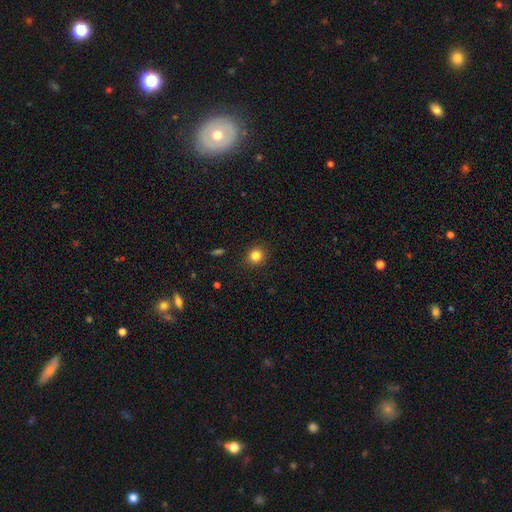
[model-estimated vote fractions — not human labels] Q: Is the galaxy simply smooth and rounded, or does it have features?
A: smooth — 82%.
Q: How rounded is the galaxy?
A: round — 90%.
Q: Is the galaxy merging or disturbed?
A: none — 91%.